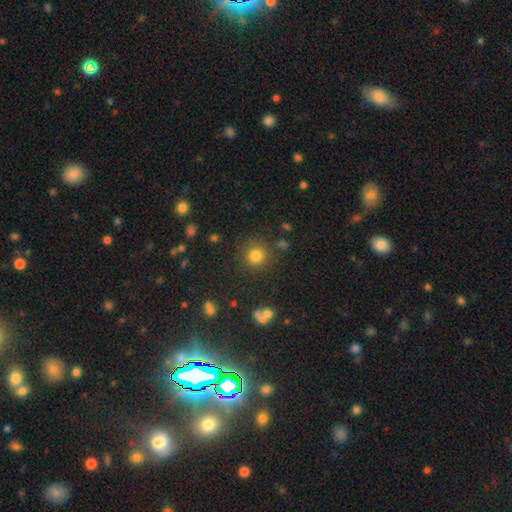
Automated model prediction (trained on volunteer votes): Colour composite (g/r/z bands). It shows a smooth galaxy with no disk features (79%) that is round (92%). Merging: none (83%).